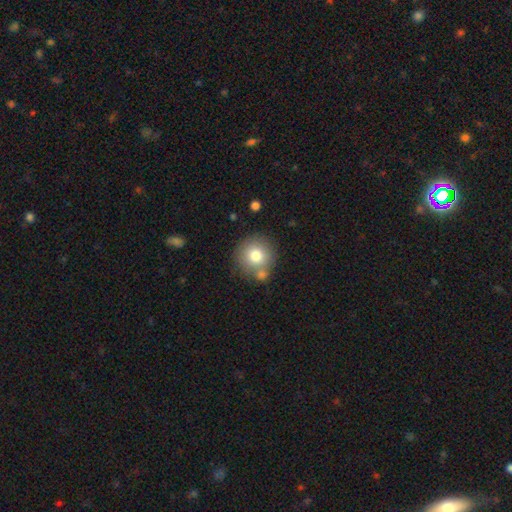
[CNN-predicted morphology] smooth_or_featured: smooth (p=0.78) [alt: featured or disk p=0.13]
how_rounded: round (p=0.93) [alt: in between p=0.06]
merging: none (p=0.68) [alt: merger p=0.17]